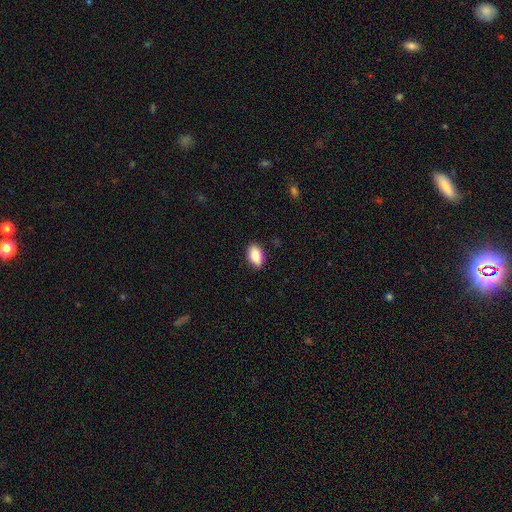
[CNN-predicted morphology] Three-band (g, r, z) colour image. It shows a smooth galaxy with no disk features (83%) that is in between round and cigar-shaped (90%). Merging: none (89%).